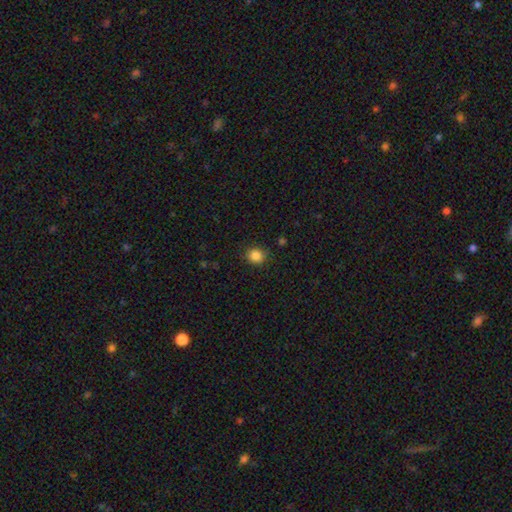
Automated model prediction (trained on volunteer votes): Overall: smooth (85%). How rounded: round (83%). Merging: none (87%).